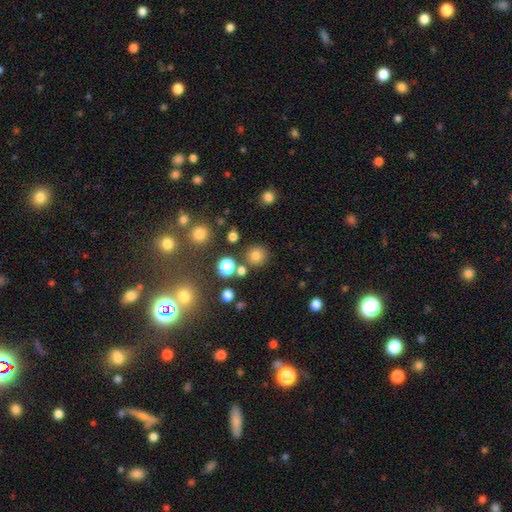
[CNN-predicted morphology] Smooth or featured? Predicted: smooth (p=0.78). How rounded? Predicted: round (p=0.92). Merging? Predicted: none (p=0.82).